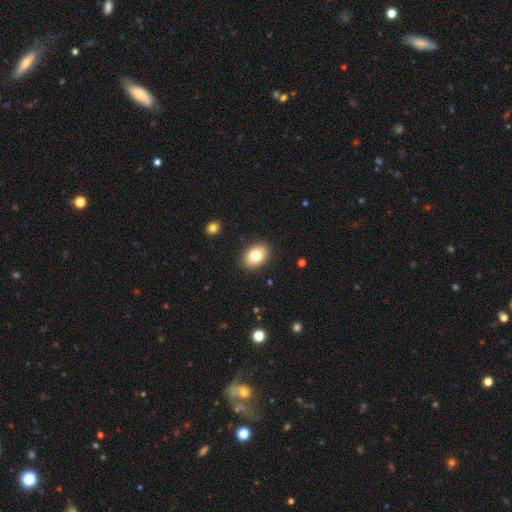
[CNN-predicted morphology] This appears to be a smooth galaxy with no disk features (79%) that is in between round and cigar-shaped (77%). Merging: none (90%).